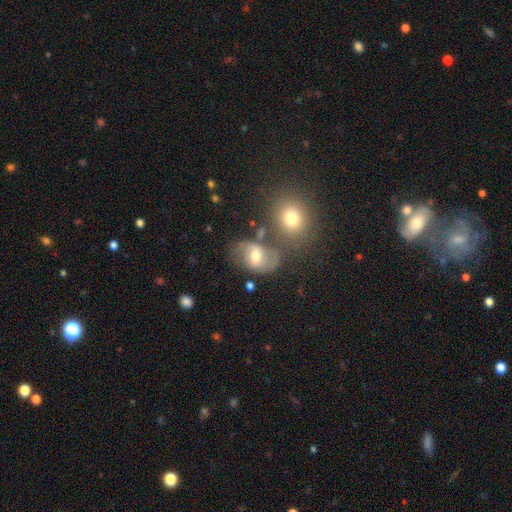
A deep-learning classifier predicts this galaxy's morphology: Smooth or featured? featured or disk (48%)
Merging? none (54%)